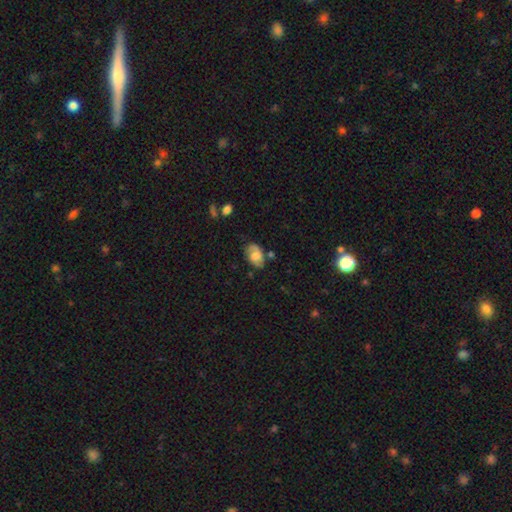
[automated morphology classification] Q: Smooth or featured?
A: smooth (50%); runner-up: featured or disk (42%)
Q: How rounded?
A: in between (87%); runner-up: round (11%)
Q: Merging?
A: none (66%); runner-up: minor disturbance (23%)